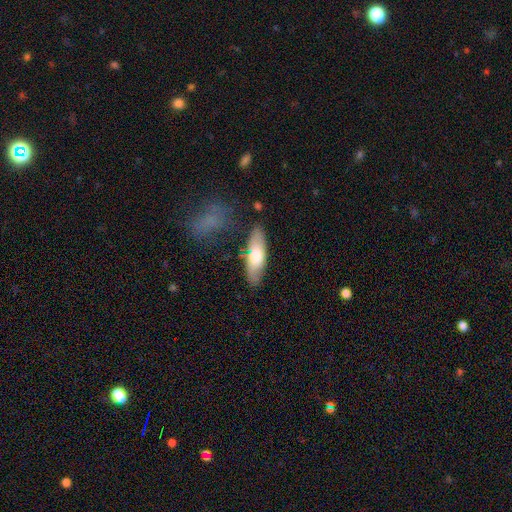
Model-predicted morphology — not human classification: Smooth or featured? smooth (67%)
How rounded? in between (53%)
Merging? none (78%)